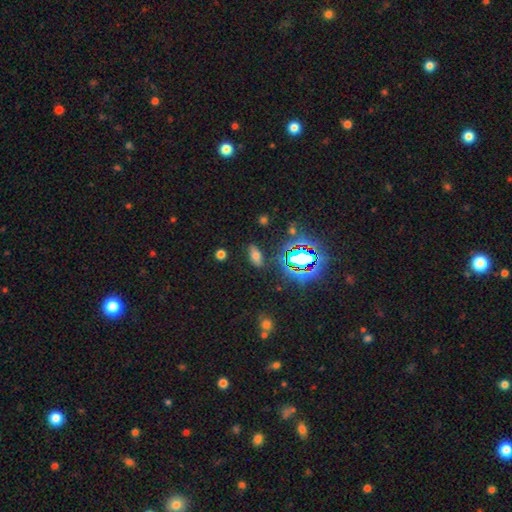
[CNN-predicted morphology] This appears to be a smooth galaxy with no disk features (58%) that is in between round and cigar-shaped (84%). Merging: none (83%).